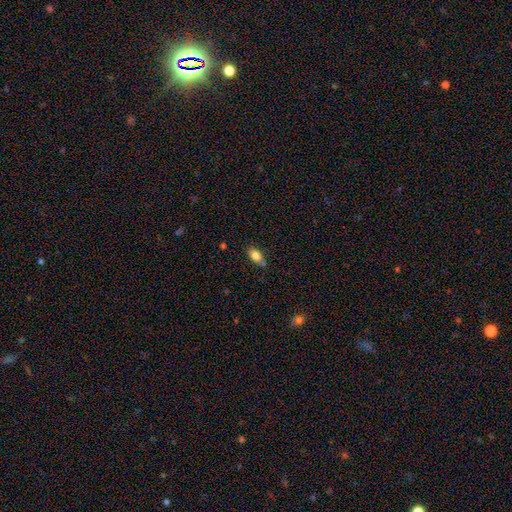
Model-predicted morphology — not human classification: Smooth or featured: smooth — 83% (featured or disk — 9%)
How rounded: in between — 88% (round — 8%)
Merging: none — 72% (minor disturbance — 18%)